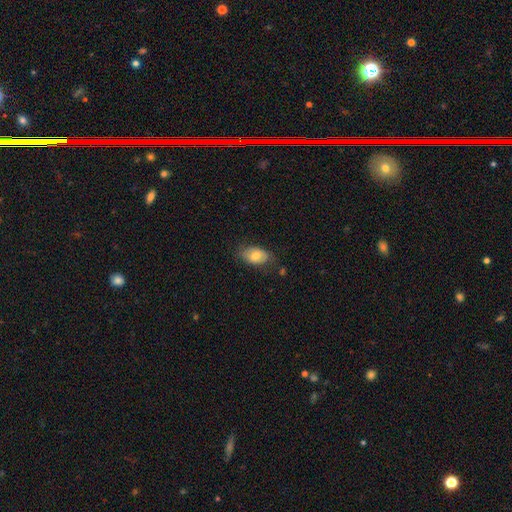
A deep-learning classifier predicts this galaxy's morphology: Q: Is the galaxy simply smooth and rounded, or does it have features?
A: smooth — 67%.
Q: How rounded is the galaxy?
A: in between — 89%.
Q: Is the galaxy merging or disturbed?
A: none — 70%.